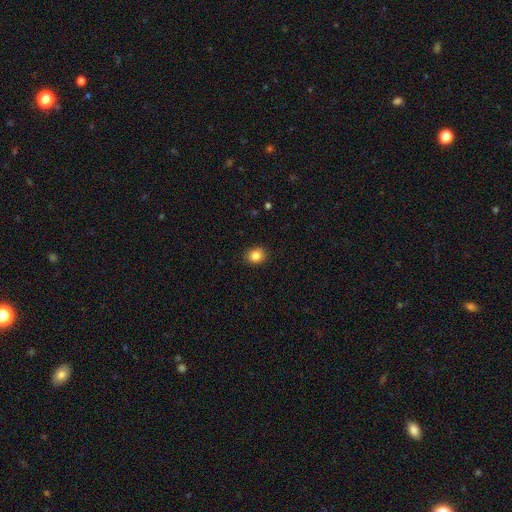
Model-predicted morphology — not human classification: A smooth galaxy with no disk features (84%) that is round (70%).

Vote fractions:
- Smooth or featured? smooth: 84% / star or artifact: 10% / featured or disk: 5%
- How rounded? round: 70% / in between: 29% / cigar-shaped: 1%
- Merging? none: 91% / minor disturbance: 6% / major disturbance: 2% / merger: 1%